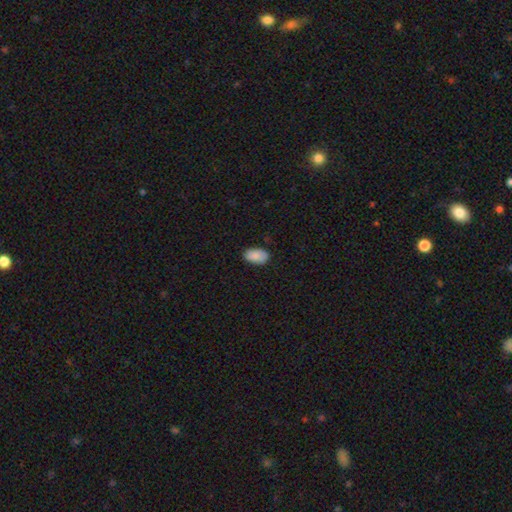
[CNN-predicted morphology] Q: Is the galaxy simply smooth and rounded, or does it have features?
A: smooth — 89%.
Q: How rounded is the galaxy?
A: in between — 93%.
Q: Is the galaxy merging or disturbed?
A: none — 84%.